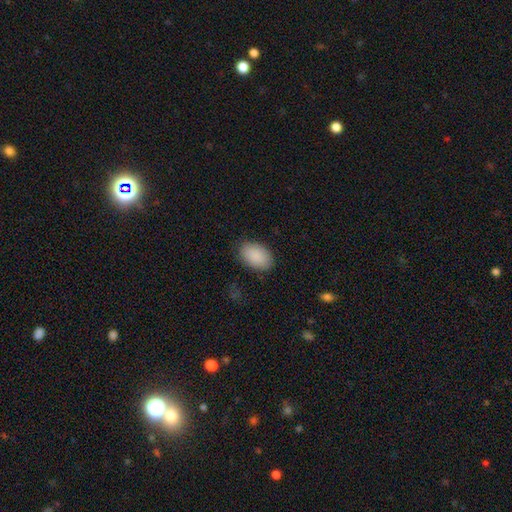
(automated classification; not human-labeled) smooth 90%, star or artifact 6%, featured or disk 4%. Down the decision tree: how rounded — in between (91%); merging — none (85%).